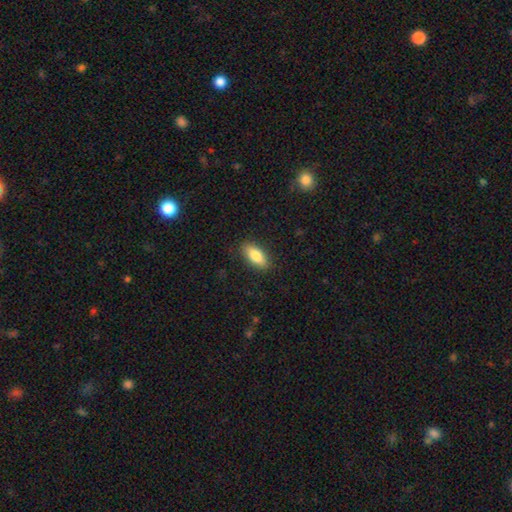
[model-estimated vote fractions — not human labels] Q: Smooth or featured?
A: smooth (83%); runner-up: featured or disk (11%)
Q: How rounded?
A: in between (83%); runner-up: cigar-shaped (14%)
Q: Merging?
A: none (88%); runner-up: minor disturbance (9%)